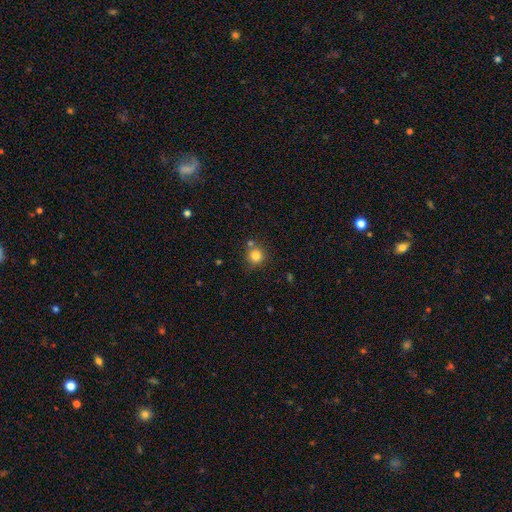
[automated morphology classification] The model was most divided on "merging": none: 72%, merger: 15%, minor disturbance: 10%, major disturbance: 3%. More confident: how rounded — round (92%); smooth or featured — smooth (81%).